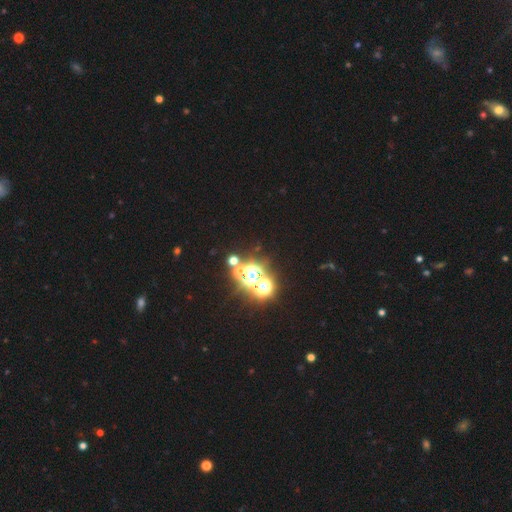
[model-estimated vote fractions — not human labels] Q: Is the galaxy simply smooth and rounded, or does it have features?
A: star or artifact — 81%.